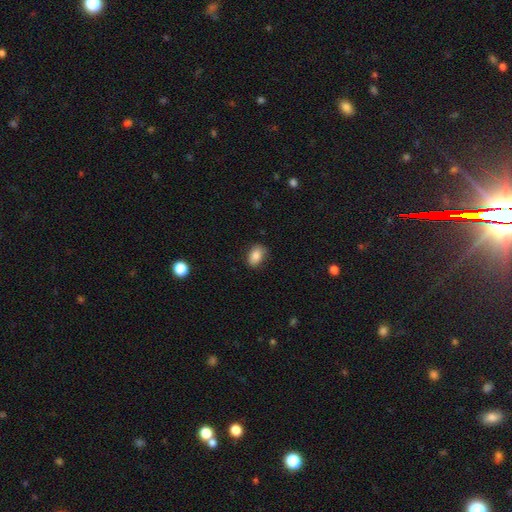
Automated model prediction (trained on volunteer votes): Smooth or featured: smooth — 84% (featured or disk — 8%)
How rounded: in between — 84% (round — 14%)
Merging: none — 80% (minor disturbance — 16%)